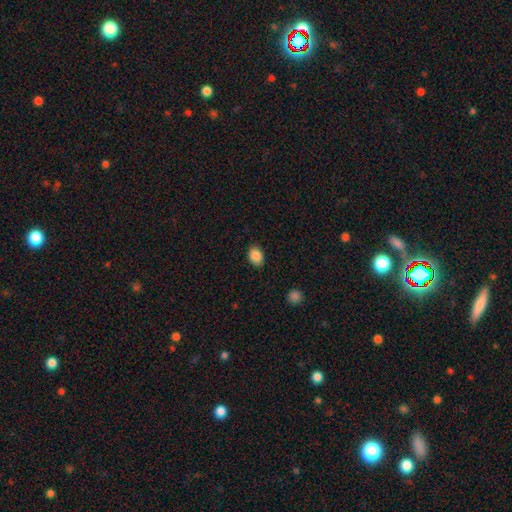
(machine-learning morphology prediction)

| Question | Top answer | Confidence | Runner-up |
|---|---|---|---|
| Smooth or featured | smooth | 87% | star or artifact (8%) |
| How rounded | in between | 73% | round (26%) |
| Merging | none | 87% | minor disturbance (10%) |